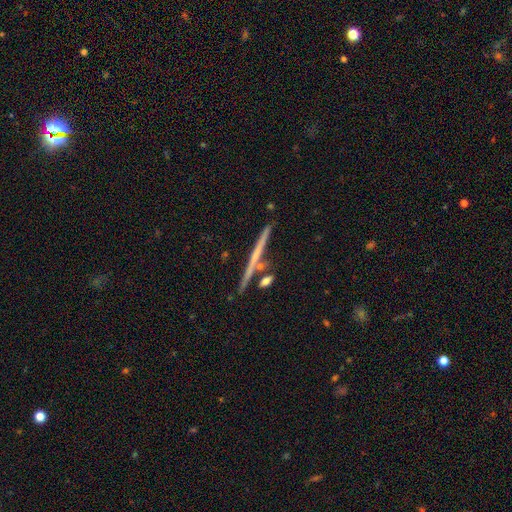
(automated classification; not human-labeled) Smooth or featured: featured or disk — 61% (smooth — 32%)
Edge-on disk: yes — 97% (no — 3%)
Edge-on bulge: none — 77% (rounded — 17%)
Merging: none — 81% (merger — 9%)